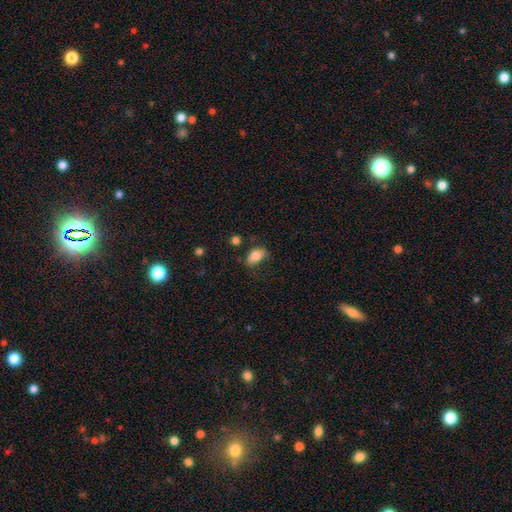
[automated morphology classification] Smooth or featured?
  - smooth: 81% *
  - featured or disk: 11%
  - star or artifact: 8%
How rounded?
  - in between: 88% *
  - round: 9%
  - cigar-shaped: 2%
Merging?
  - none: 58% *
  - minor disturbance: 28%
  - major disturbance: 10%
  - merger: 4%